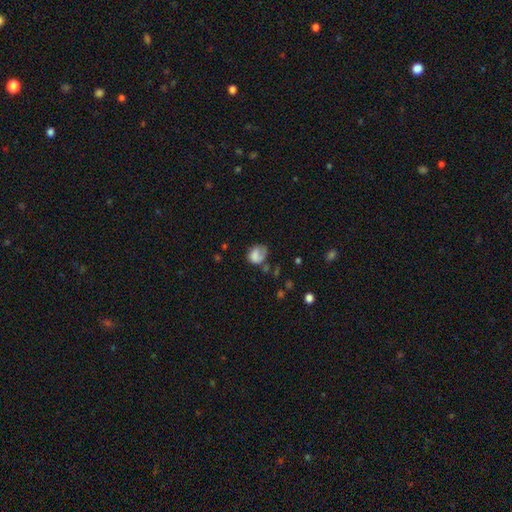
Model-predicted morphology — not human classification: Overall: smooth (66%). How rounded: in between (58%; round 41%). Merging: none (37%; minor disturbance 28%).